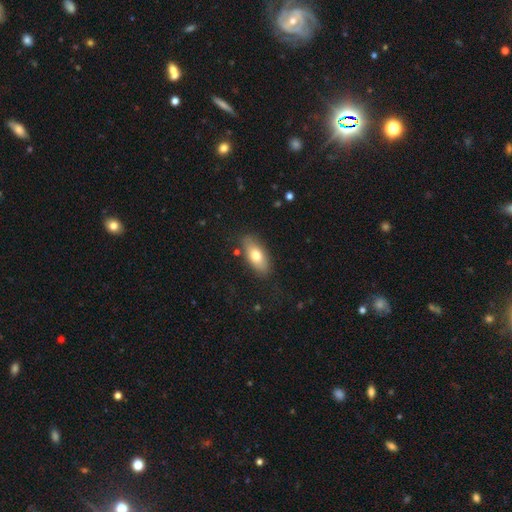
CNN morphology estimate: Smooth or featured? smooth (71%)
How rounded? in between (86%)
Merging? none (83%)